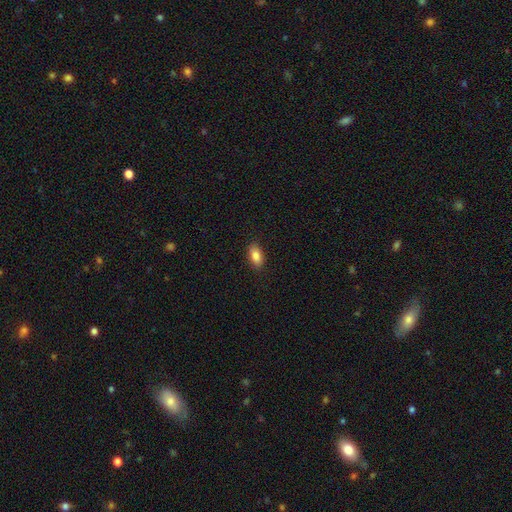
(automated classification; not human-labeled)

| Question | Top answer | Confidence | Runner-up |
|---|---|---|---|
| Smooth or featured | smooth | 86% | star or artifact (7%) |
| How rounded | in between | 90% | cigar-shaped (6%) |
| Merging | none | 88% | minor disturbance (9%) |